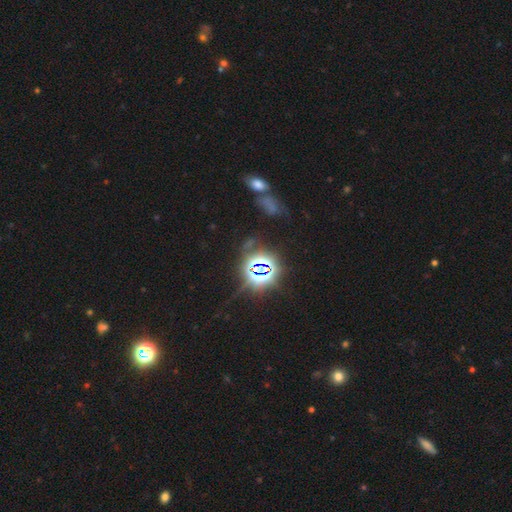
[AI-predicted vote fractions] Overall: star or artifact (70%).